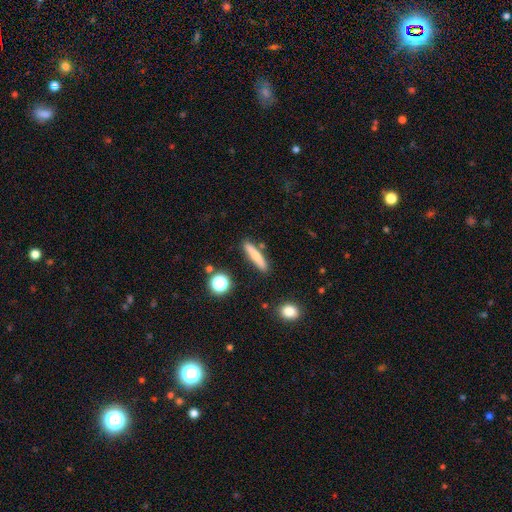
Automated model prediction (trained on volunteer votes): smooth-or-featured: smooth: 68% | featured or disk: 23% | star or artifact: 9%
  how-rounded: cigar-shaped: 87% | in between: 10% | round: 3%
  merging: none: 84% | minor disturbance: 9% | merger: 4% | major disturbance: 2%